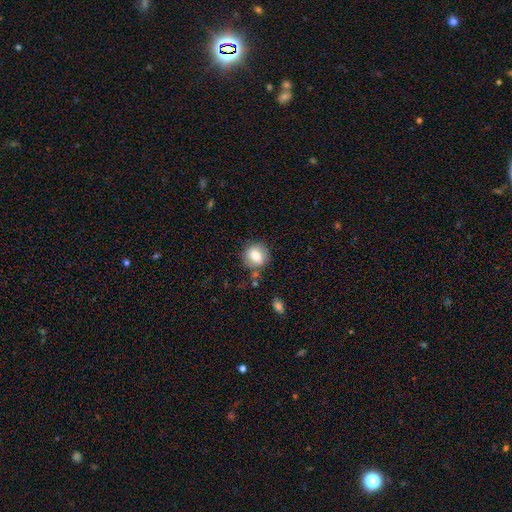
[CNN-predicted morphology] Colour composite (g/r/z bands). It shows a smooth galaxy with no disk features (77%) that is round (82%). Merging: none (79%).